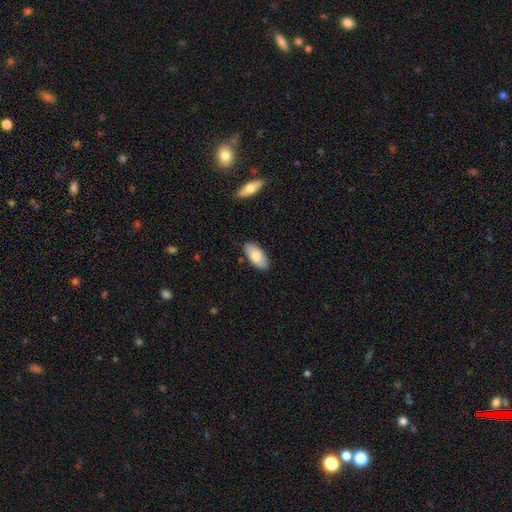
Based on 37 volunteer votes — Morphology: type=smooth (81%); roundness=in between (87%); merging=none (77%).